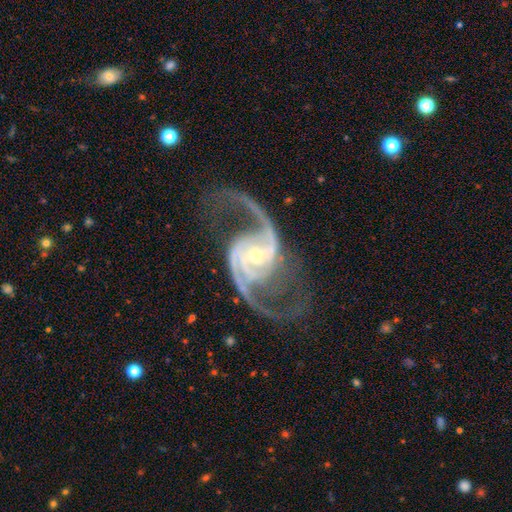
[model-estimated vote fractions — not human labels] Morphology: type=featured or disk (93%); edge-on=no (98%); bar=no (36%); spiral arms=yes (98%); winding=loose (46%); arm count=2 (92%); bulge=small (58%); merging=none (68%).